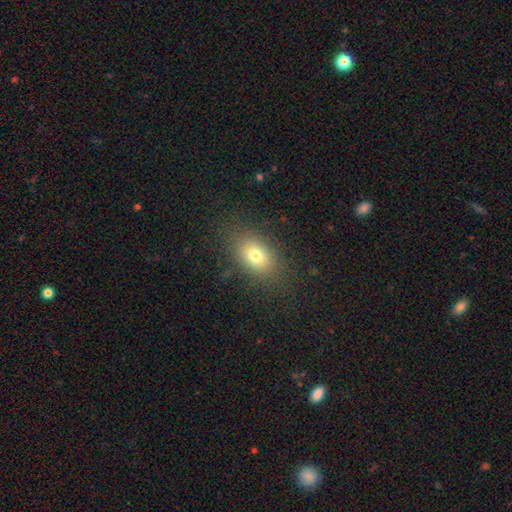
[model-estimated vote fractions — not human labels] A smooth galaxy with no disk features (76%) that is in between round and cigar-shaped (79%). Merging: none (82%).